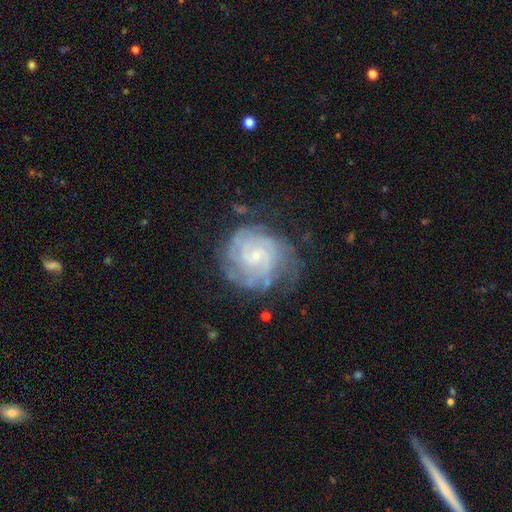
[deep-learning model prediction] A featured or disk galaxy (83%) with no bar (65%), tight (73%) spiral arms (95%) and a small central bulge (80%). Merging: none (66%).